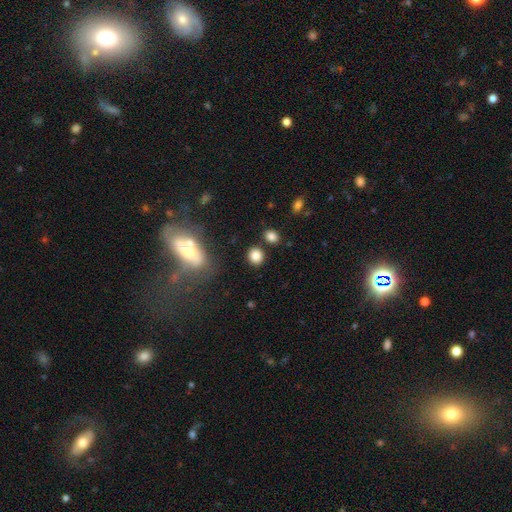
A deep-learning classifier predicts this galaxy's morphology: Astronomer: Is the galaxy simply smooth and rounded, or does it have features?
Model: smooth — 84%.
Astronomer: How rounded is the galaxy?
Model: round — 74%.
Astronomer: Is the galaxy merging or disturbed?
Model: none — 81%.